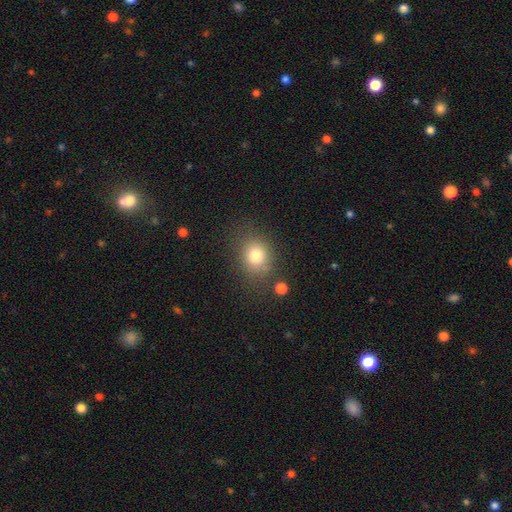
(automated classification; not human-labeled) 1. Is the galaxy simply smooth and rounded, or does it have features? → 79% smooth, 12% star or artifact, 9% featured or disk.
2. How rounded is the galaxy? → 64% round, 35% in between, 1% cigar-shaped.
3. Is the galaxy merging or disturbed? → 75% none, 15% minor disturbance, 6% major disturbance, 5% merger.